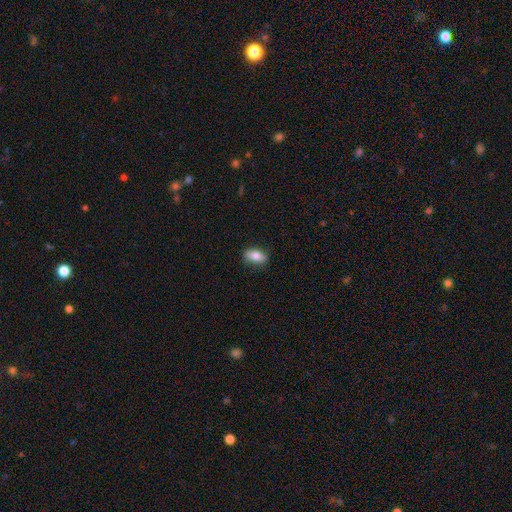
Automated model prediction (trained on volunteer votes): Overall: smooth (74%). How rounded: in between (86%). Merging: none (82%).